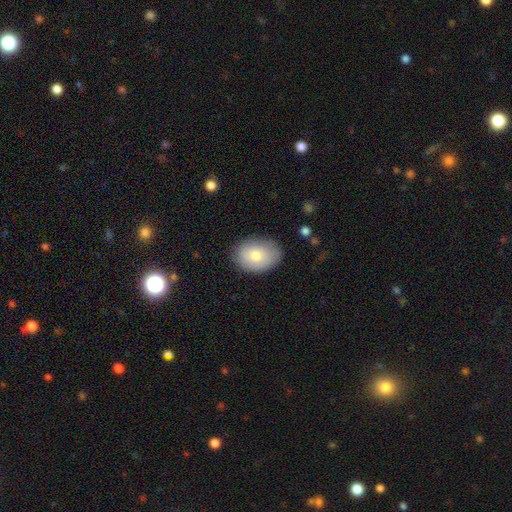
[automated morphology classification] Smooth or featured? smooth (77%)
How rounded? in between (76%)
Merging? none (82%)